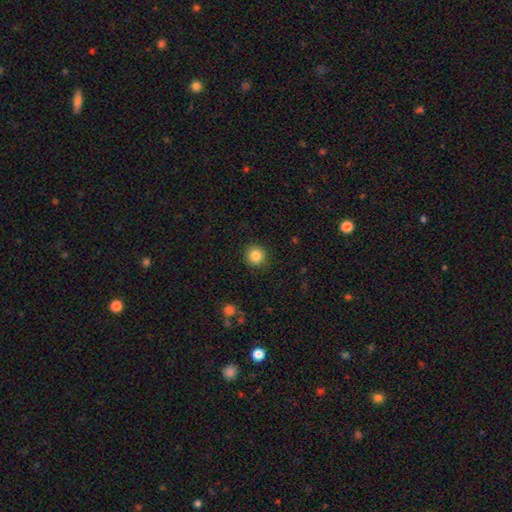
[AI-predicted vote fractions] Smooth or featured? Predicted: smooth (p=0.85). How rounded? Predicted: round (p=0.92). Merging? Predicted: none (p=0.91).